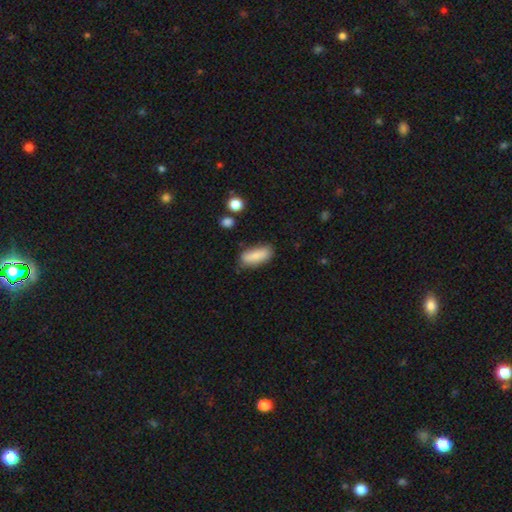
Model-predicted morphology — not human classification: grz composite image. It shows a smooth galaxy with no disk features (82%) that is in between round and cigar-shaped (72%). Merging: none (77%).